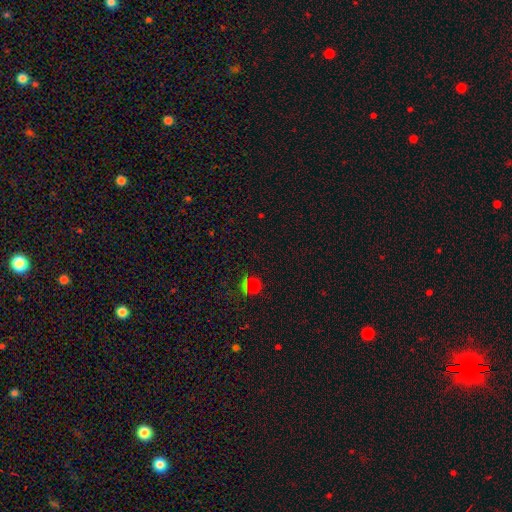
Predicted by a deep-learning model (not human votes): Smooth or featured?
  - star or artifact: 66% *
  - smooth: 26%
  - featured or disk: 8%